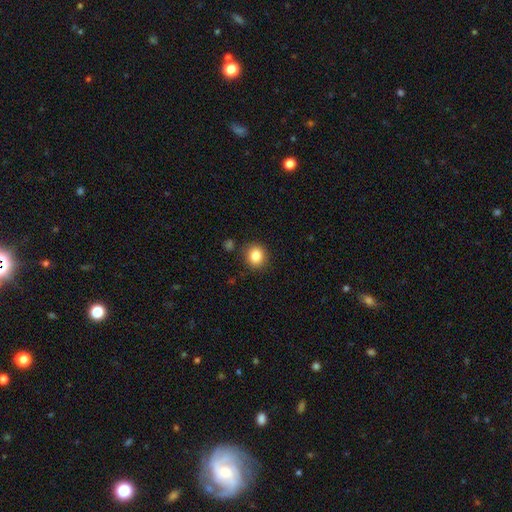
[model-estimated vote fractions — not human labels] Smooth or featured: smooth — 85% (star or artifact — 10%)
How rounded: round — 82% (in between — 17%)
Merging: none — 86% (minor disturbance — 9%)